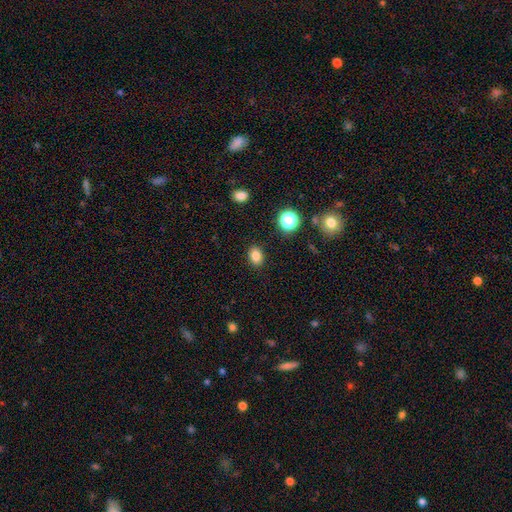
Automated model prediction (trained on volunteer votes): smooth 82%, star or artifact 12%, featured or disk 6%. Down the decision tree: how rounded — in between (68%); merging — none (87%).